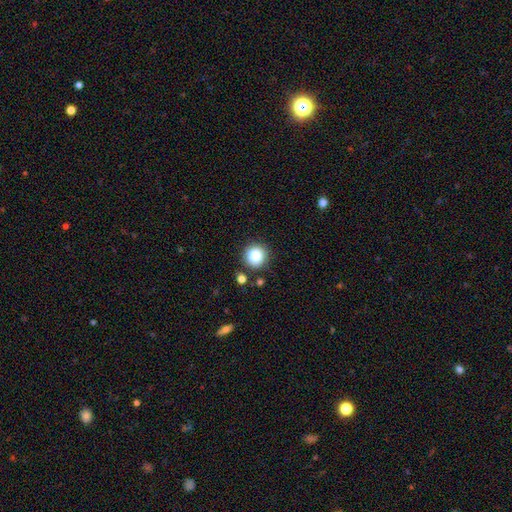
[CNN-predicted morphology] Smooth or featured? Predicted: smooth (p=0.83). How rounded? Predicted: round (p=0.93). Merging? Predicted: none (p=0.86).